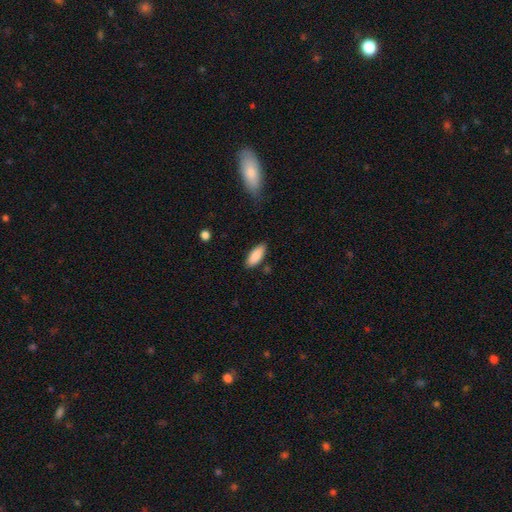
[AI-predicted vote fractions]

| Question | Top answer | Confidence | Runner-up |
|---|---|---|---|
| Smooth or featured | smooth | 88% | featured or disk (6%) |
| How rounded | in between | 77% | cigar-shaped (21%) |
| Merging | none | 84% | minor disturbance (12%) |